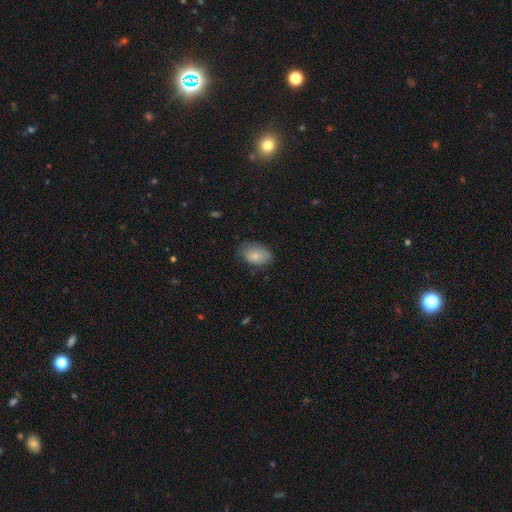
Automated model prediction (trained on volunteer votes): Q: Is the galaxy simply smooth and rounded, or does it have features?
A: smooth — 76%.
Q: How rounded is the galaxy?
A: in between — 87%.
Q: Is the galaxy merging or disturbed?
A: none — 71%.